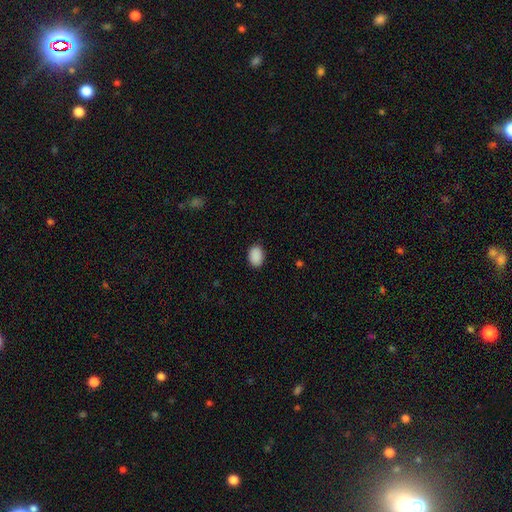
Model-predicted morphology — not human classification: Q: Smooth or featured?
A: smooth (90%); runner-up: star or artifact (8%)
Q: How rounded?
A: in between (82%); runner-up: round (17%)
Q: Merging?
A: none (87%); runner-up: minor disturbance (10%)